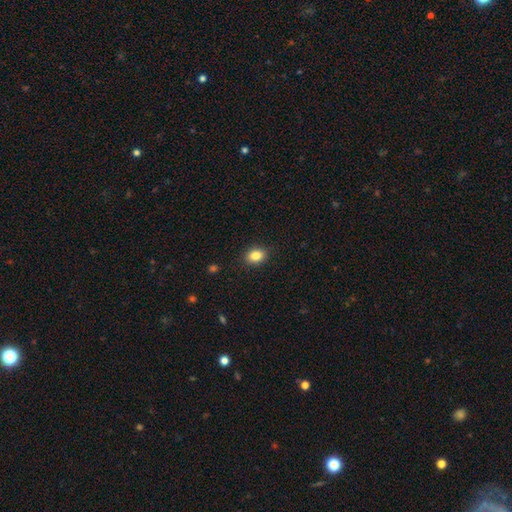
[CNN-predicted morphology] smooth-or-featured: smooth: 85% | star or artifact: 10% | featured or disk: 6%
  how-rounded: in between: 61% | round: 38% | cigar-shaped: 1%
  merging: none: 89% | minor disturbance: 8% | major disturbance: 2% | merger: 1%